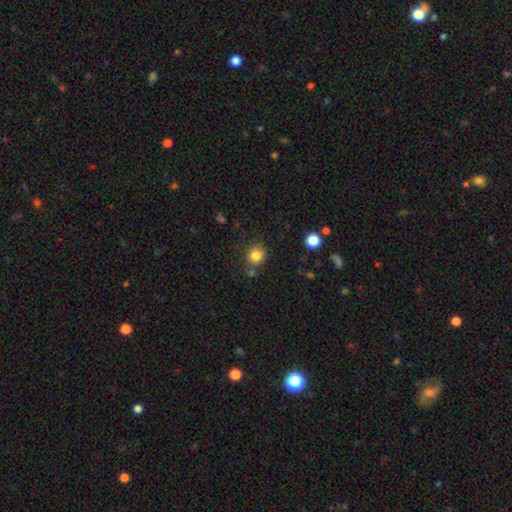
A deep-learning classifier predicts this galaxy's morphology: smooth-or-featured: smooth: 82% | star or artifact: 12% | featured or disk: 6%
  how-rounded: round: 83% | in between: 16% | cigar-shaped: 1%
  merging: none: 78% | minor disturbance: 11% | merger: 7% | major disturbance: 3%